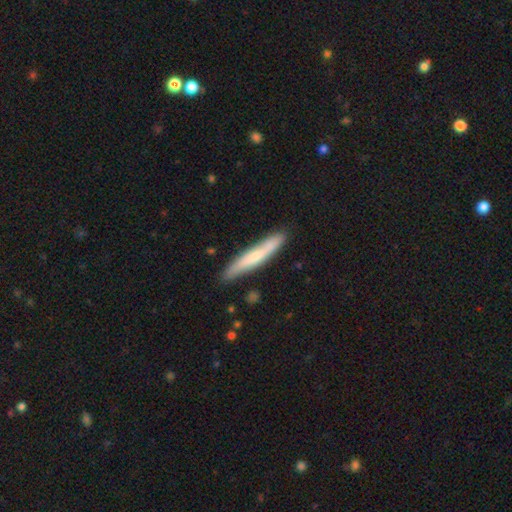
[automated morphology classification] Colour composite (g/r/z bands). It shows a smooth galaxy with no disk features (60%) that is cigar-shaped (94%). Merging: none (84%).